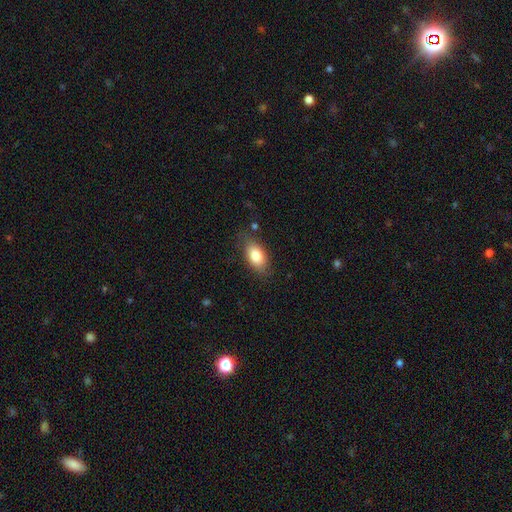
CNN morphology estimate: A smooth galaxy with no disk features (81%) that is in between round and cigar-shaped (90%). Merging: none (76%).